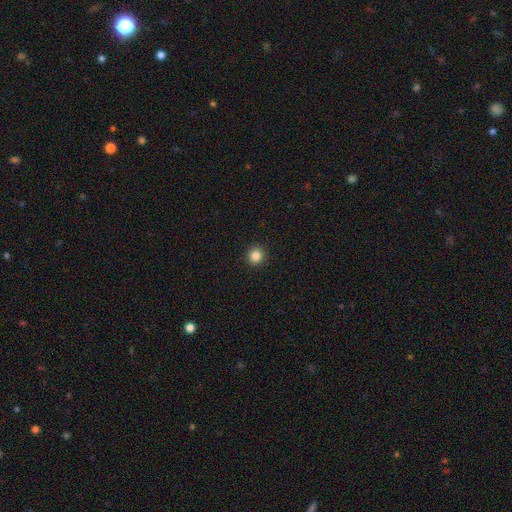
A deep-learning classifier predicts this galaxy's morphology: Smooth or featured: smooth — 85% (star or artifact — 11%)
How rounded: round — 95% (in between — 5%)
Merging: none — 93% (minor disturbance — 4%)